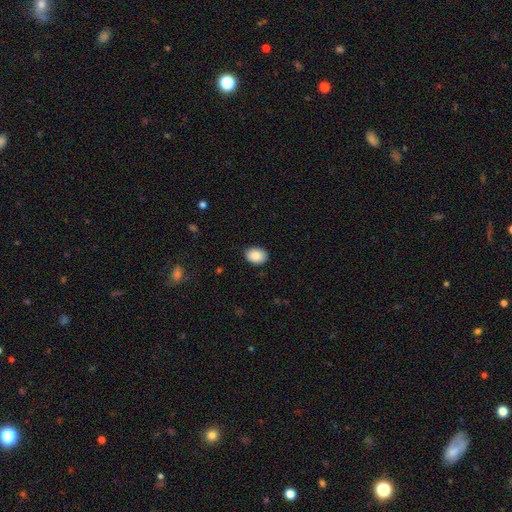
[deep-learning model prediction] Smooth or featured?
  - smooth: 88% *
  - star or artifact: 7%
  - featured or disk: 5%
How rounded?
  - in between: 73% *
  - round: 26%
  - cigar-shaped: 1%
Merging?
  - none: 87% *
  - minor disturbance: 10%
  - major disturbance: 2%
  - merger: 1%